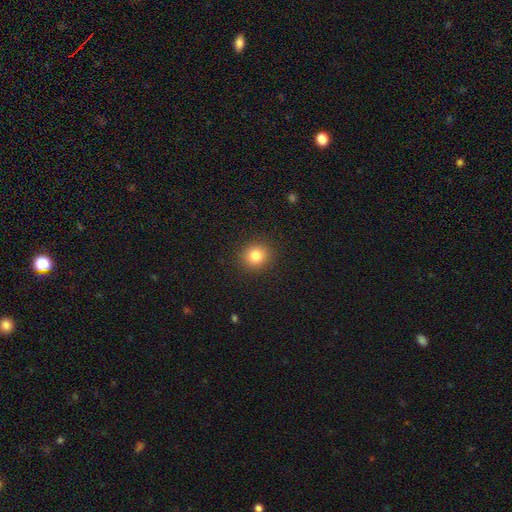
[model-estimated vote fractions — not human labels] This appears to be a smooth galaxy with no disk features (81%) that is round (88%). Merging: none (91%).